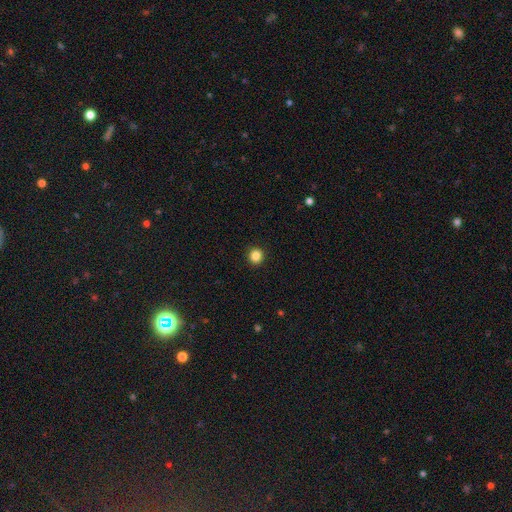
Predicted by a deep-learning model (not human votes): Smooth or featured? Predicted: smooth (p=0.86). How rounded? Predicted: round (p=0.94). Merging? Predicted: none (p=0.93).